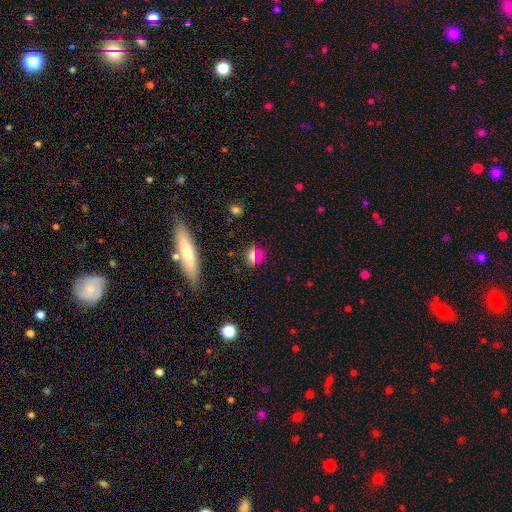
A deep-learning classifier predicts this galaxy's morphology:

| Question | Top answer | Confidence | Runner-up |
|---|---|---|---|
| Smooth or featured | smooth | 67% | star or artifact (20%) |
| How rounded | round | 73% | in between (22%) |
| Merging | none | 82% | minor disturbance (9%) |